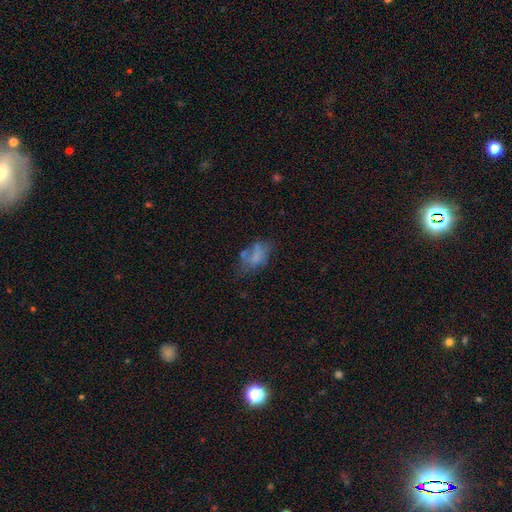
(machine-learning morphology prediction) A smooth galaxy with no disk features (55%) that is in between round and cigar-shaped (87%).

Vote fractions:
- Smooth or featured? smooth: 55% / featured or disk: 32% / star or artifact: 13%
- How rounded? in between: 87% / round: 9% / cigar-shaped: 4%
- Merging? none: 38% / minor disturbance: 25% / major disturbance: 25% / merger: 12%